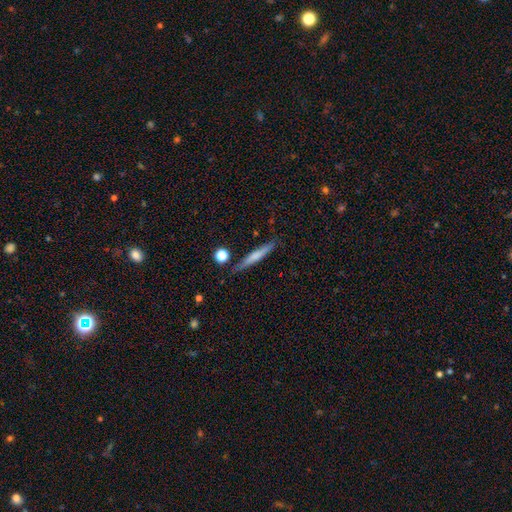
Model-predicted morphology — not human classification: The model was most divided on "smooth or featured": smooth: 60%, featured or disk: 33%, star or artifact: 7%. More confident: how rounded — cigar-shaped (93%); merging — none (82%).